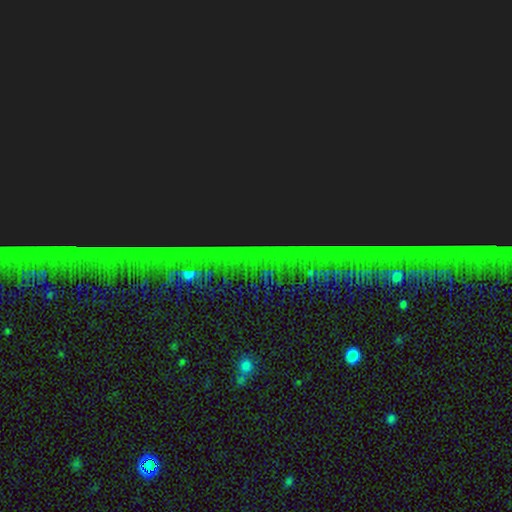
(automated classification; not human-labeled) A star or artifact, not a galaxy (86%).